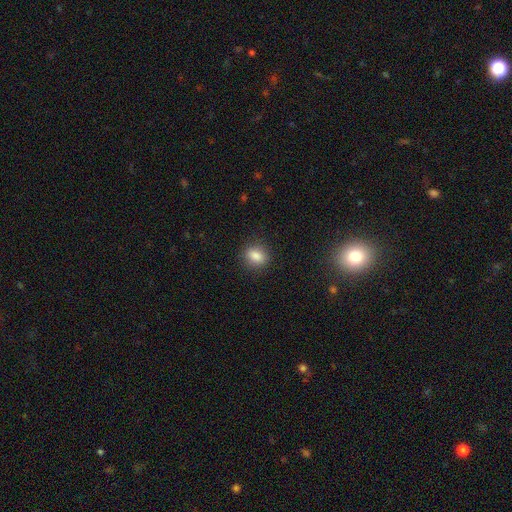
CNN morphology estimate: Smooth or featured: smooth — 85% (star or artifact — 10%)
How rounded: in between — 54% (round — 44%)
Merging: none — 86% (minor disturbance — 10%)